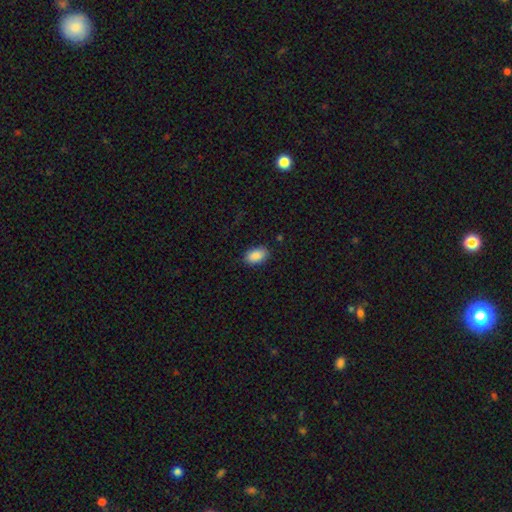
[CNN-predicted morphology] The model was most divided on "merging": none: 84%, minor disturbance: 11%, major disturbance: 3%, merger: 1%. More confident: how rounded — in between (91%); smooth or featured — smooth (89%).